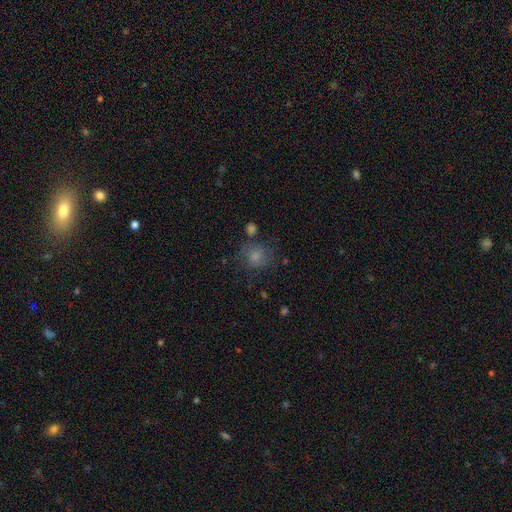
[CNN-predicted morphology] Smooth or featured?
  - smooth: 70% *
  - featured or disk: 17%
  - star or artifact: 13%
How rounded?
  - round: 72% *
  - in between: 27%
  - cigar-shaped: 1%
Merging?
  - none: 61% *
  - minor disturbance: 20%
  - major disturbance: 12%
  - merger: 7%